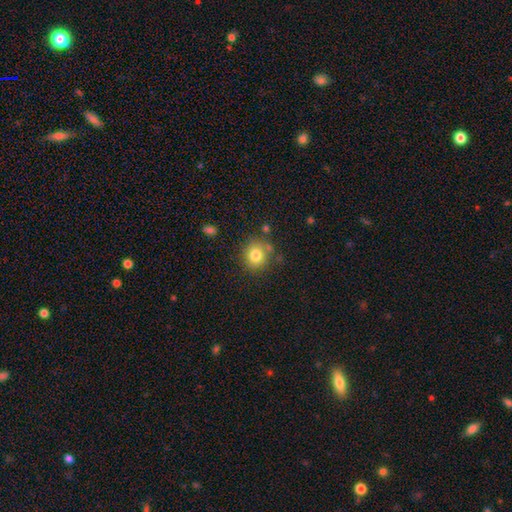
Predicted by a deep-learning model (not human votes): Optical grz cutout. It shows a smooth galaxy with no disk features (79%) that is round (88%). Merging: none (80%).